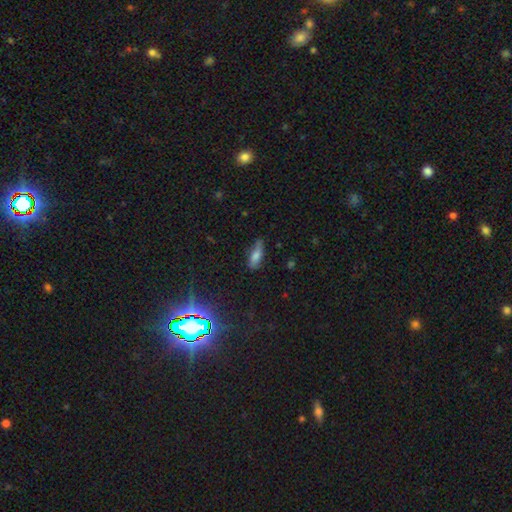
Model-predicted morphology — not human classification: Smooth or featured? smooth (64%)
How rounded? in between (61%)
Merging? none (68%)